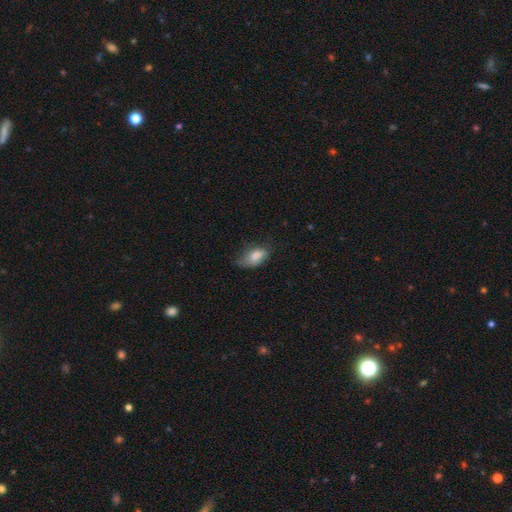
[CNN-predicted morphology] This is likely a smooth galaxy (77%). How rounded: clearly in between (90%). Merging: possibly none (45%).